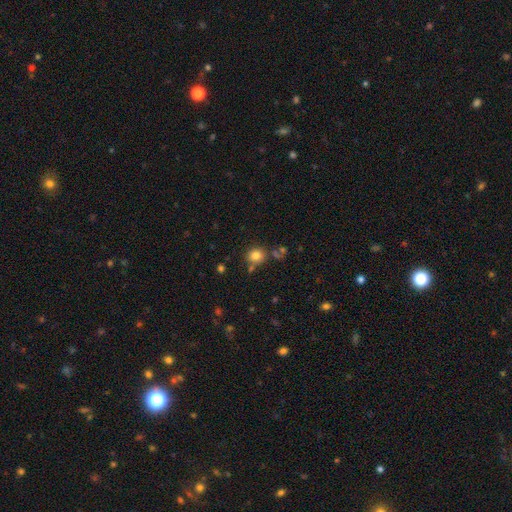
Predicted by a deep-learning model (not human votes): Overall: smooth (81%). How rounded: round (79%). Merging: none (72%).